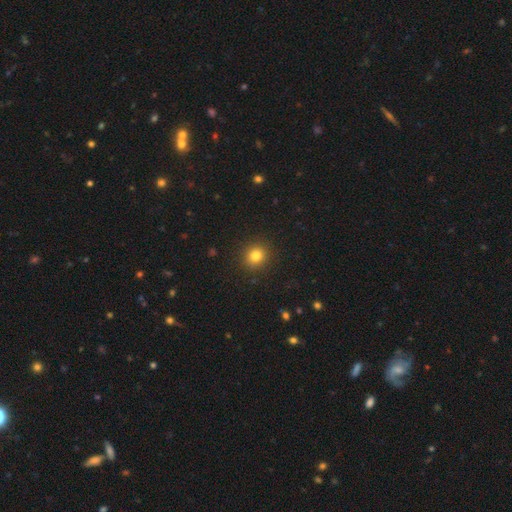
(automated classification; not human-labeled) The model was most divided on "smooth or featured": smooth: 81%, star or artifact: 13%, featured or disk: 6%. More confident: merging — none (91%); how rounded — round (85%).